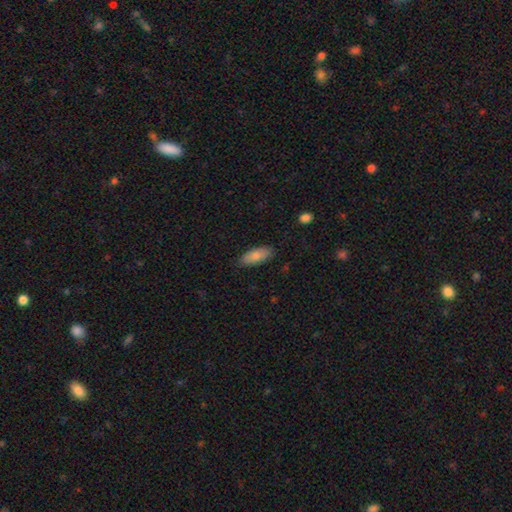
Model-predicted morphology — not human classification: A smooth galaxy with no disk features (85%) that is in between round and cigar-shaped (83%).

Vote fractions:
- Smooth or featured? smooth: 85% / featured or disk: 9% / star or artifact: 6%
- How rounded? in between: 83% / cigar-shaped: 15% / round: 2%
- Merging? none: 85% / minor disturbance: 12% / major disturbance: 2% / merger: 1%